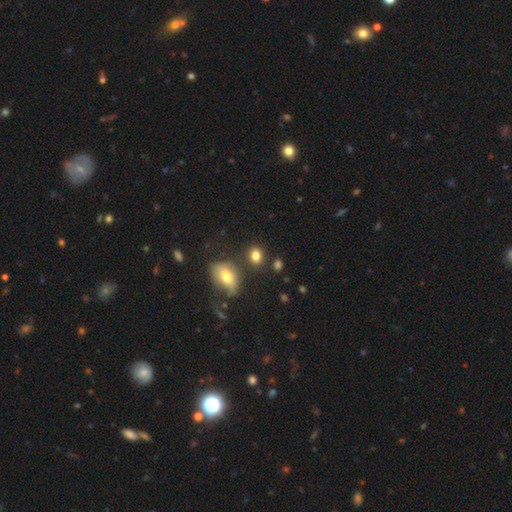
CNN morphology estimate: A smooth galaxy with no disk features (82%) that is in between round and cigar-shaped (58%).

Vote fractions:
- Smooth or featured? smooth: 82% / star or artifact: 11% / featured or disk: 7%
- How rounded? in between: 58% / round: 40% / cigar-shaped: 2%
- Merging? none: 74% / minor disturbance: 12% / merger: 10% / major disturbance: 4%